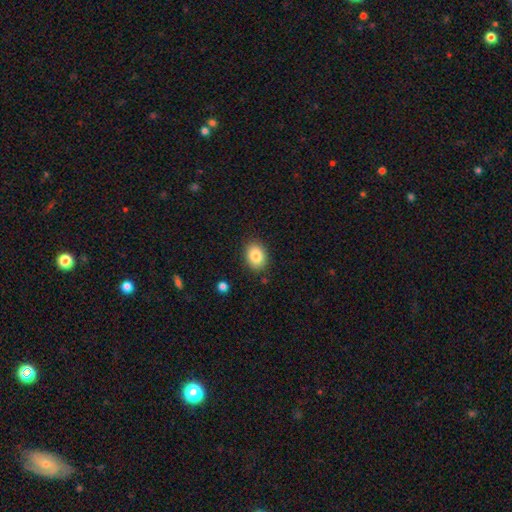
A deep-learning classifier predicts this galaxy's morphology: smooth 85%, star or artifact 8%, featured or disk 7%. Down the decision tree: how rounded — in between (66%); merging — none (86%).